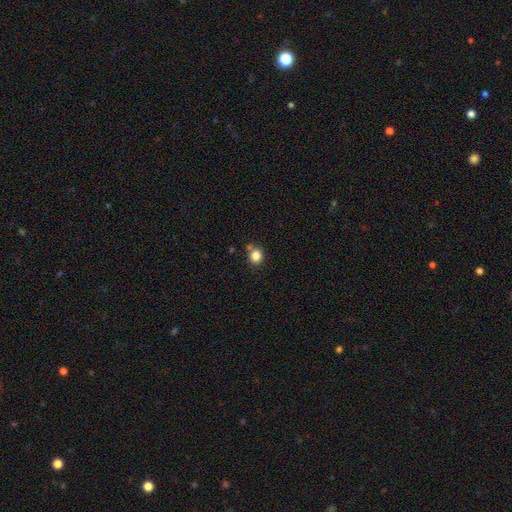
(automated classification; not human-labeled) This appears to be a smooth galaxy with no disk features (84%) that is round (82%). Merging: none (73%).